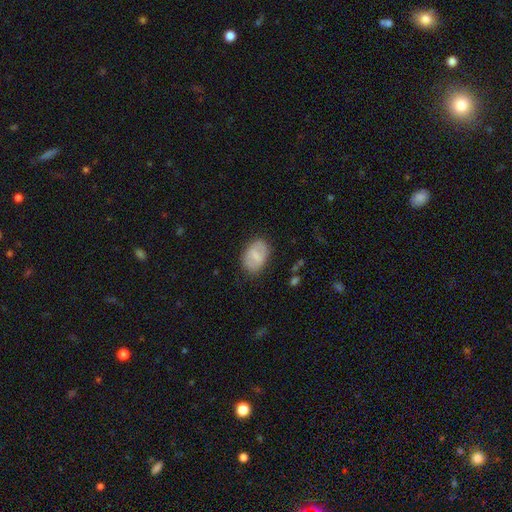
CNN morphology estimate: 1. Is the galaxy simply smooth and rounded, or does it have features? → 60% smooth, 33% featured or disk, 7% star or artifact.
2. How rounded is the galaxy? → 84% in between, 14% round, 1% cigar-shaped.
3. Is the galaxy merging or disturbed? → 80% none, 15% minor disturbance, 5% major disturbance, 1% merger.